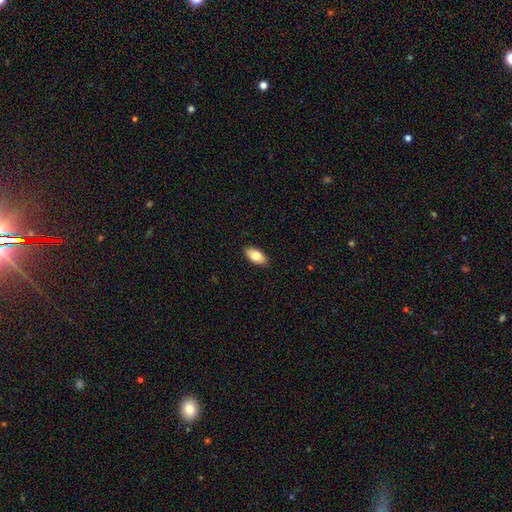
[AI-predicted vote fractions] Smooth or featured: smooth — 77% (featured or disk — 16%)
How rounded: in between — 92% (cigar-shaped — 5%)
Merging: none — 90% (minor disturbance — 8%)